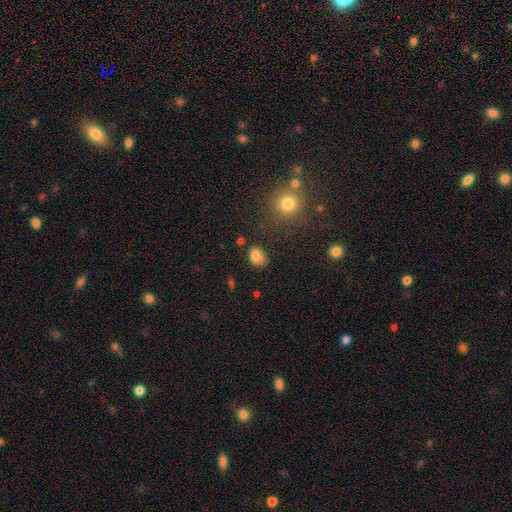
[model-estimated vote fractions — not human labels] smooth 82%, star or artifact 11%, featured or disk 7%. Down the decision tree: how rounded — in between (71%); merging — none (68%).